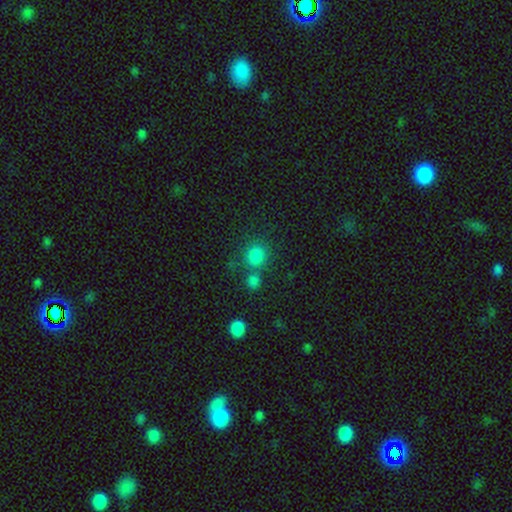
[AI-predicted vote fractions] This appears to be a smooth galaxy with no disk features (81%) that is round (78%). Merging: none (58%).